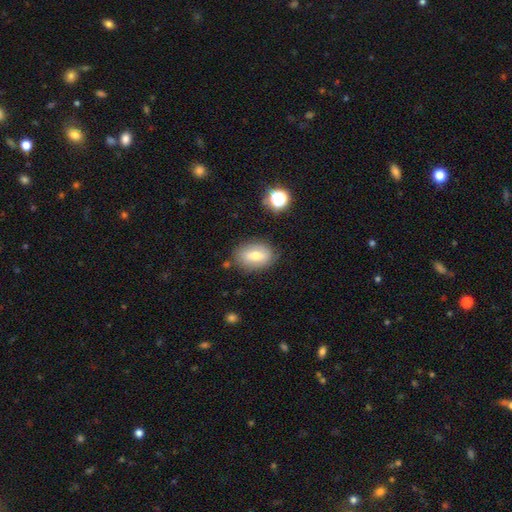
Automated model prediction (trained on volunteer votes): smooth-or-featured: smooth: 60% | featured or disk: 30% | star or artifact: 10%
  how-rounded: in between: 80% | round: 17% | cigar-shaped: 3%
  merging: none: 78% | minor disturbance: 15% | major disturbance: 4% | merger: 3%